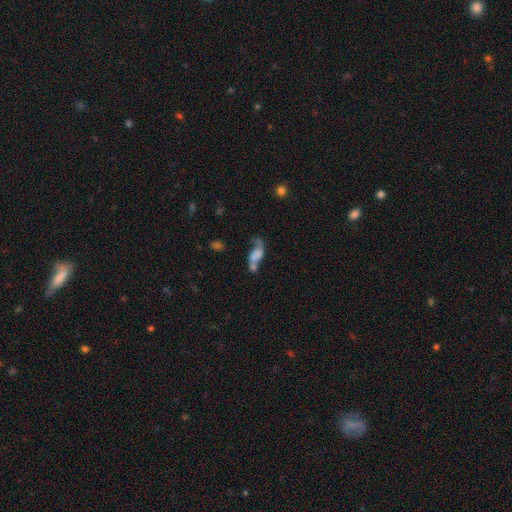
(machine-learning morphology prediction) This is possibly a featured or disk galaxy (48%). Merging: marginally merger (41%).